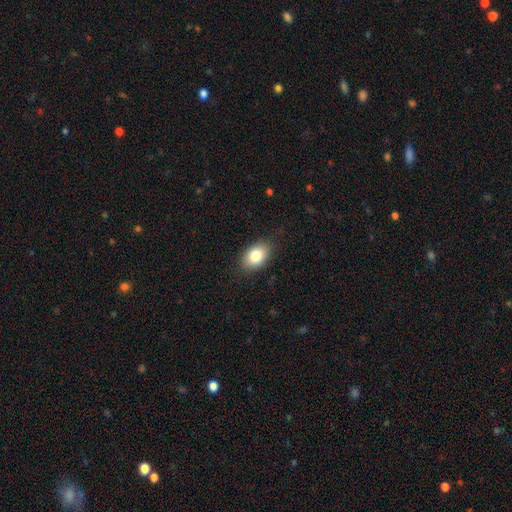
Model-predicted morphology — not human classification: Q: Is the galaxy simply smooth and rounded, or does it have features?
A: smooth — 82%.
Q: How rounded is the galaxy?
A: in between — 86%.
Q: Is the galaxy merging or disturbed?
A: none — 84%.